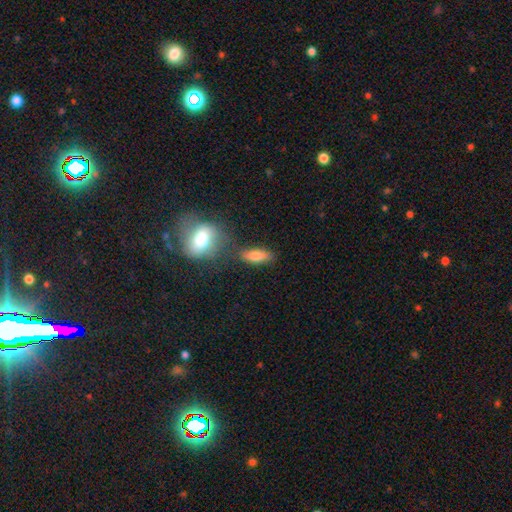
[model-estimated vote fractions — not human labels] smooth_or_featured: smooth (p=0.77) [alt: featured or disk p=0.14]
how_rounded: in between (p=0.67) [alt: cigar-shaped p=0.27]
merging: none (p=0.67) [alt: minor disturbance p=0.14]